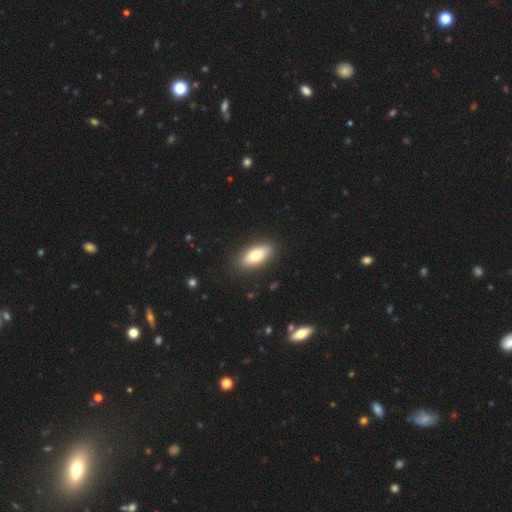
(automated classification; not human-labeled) Smooth or featured: smooth — 74% (featured or disk — 20%)
How rounded: in between — 83% (cigar-shaped — 14%)
Merging: none — 89% (minor disturbance — 8%)